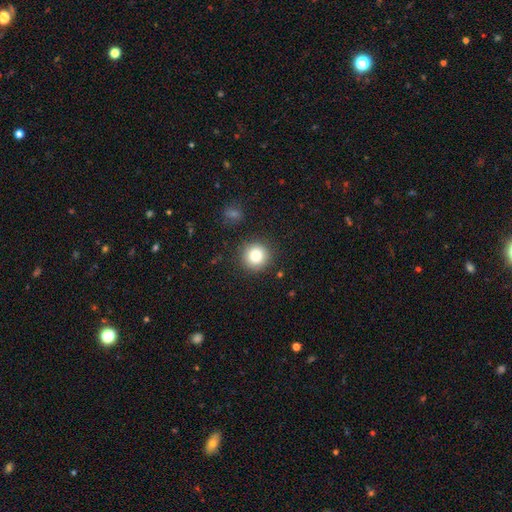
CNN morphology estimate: Smooth or featured? smooth (82%)
How rounded? round (94%)
Merging? none (88%)